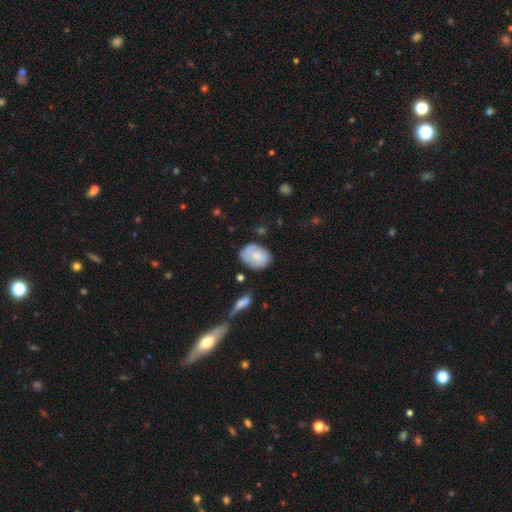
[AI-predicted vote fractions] A smooth galaxy with no disk features (67%) that is in between round and cigar-shaped (71%).

Vote fractions:
- Smooth or featured? smooth: 67% / featured or disk: 27% / star or artifact: 7%
- How rounded? in between: 71% / round: 28% / cigar-shaped: 1%
- Merging? none: 68% / minor disturbance: 22% / major disturbance: 5% / merger: 4%